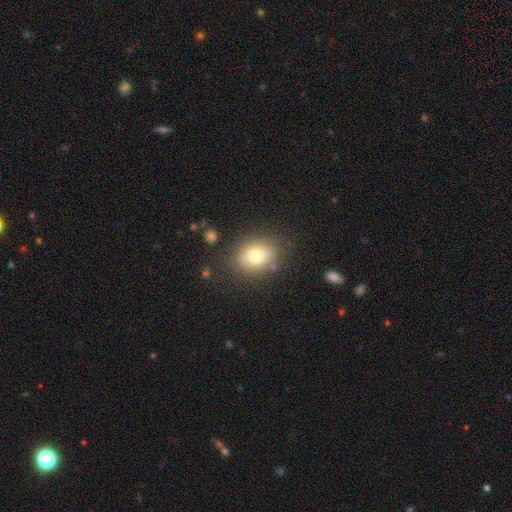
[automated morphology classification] type=smooth (77%); roundness=in between (62%); merging=none (80%).